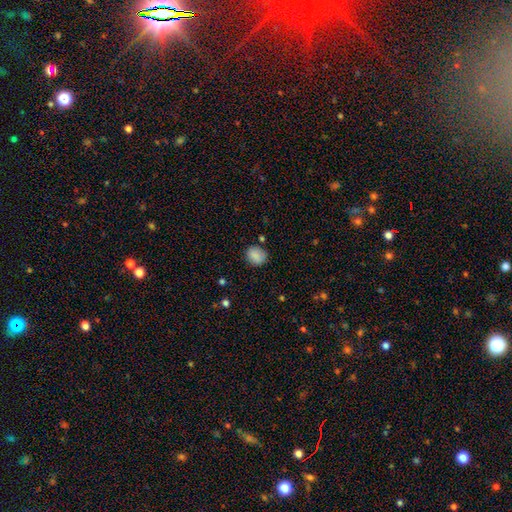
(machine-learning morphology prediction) This appears to be a smooth galaxy with no disk features (85%) that is round (66%). Merging: none (78%).